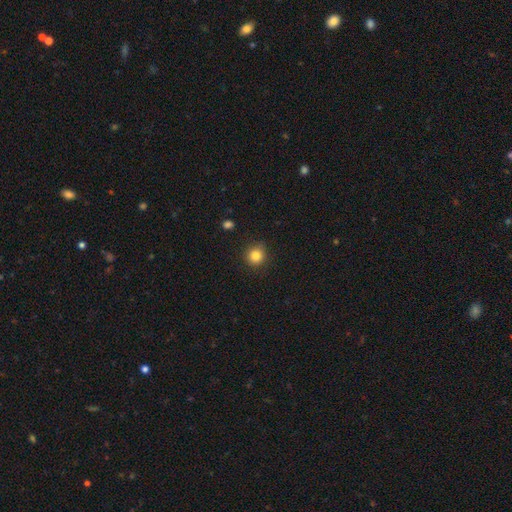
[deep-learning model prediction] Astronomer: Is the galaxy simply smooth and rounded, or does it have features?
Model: smooth — 83%.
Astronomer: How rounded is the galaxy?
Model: round — 91%.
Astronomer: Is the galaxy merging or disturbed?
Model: none — 88%.